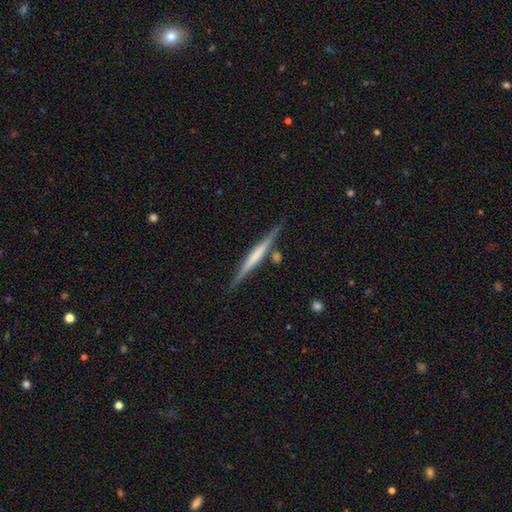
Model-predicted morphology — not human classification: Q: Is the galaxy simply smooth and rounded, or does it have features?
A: featured or disk — 62%.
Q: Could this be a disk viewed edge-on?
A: yes — 97%.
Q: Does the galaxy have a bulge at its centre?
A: none — 59%.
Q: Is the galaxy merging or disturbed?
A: none — 82%.